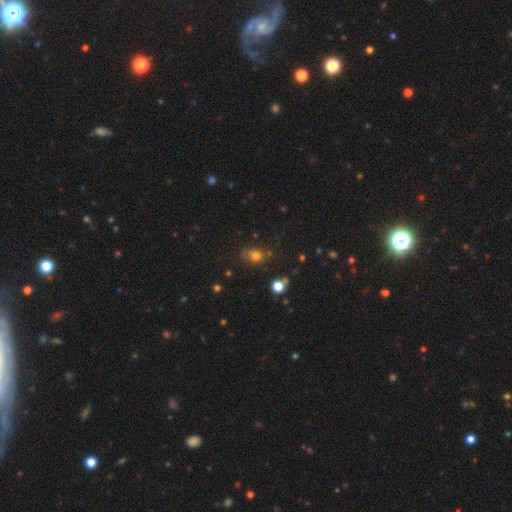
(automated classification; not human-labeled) Q: Smooth or featured?
A: smooth (70%); runner-up: star or artifact (19%)
Q: How rounded?
A: in between (52%); runner-up: round (46%)
Q: Merging?
A: none (55%); runner-up: minor disturbance (25%)